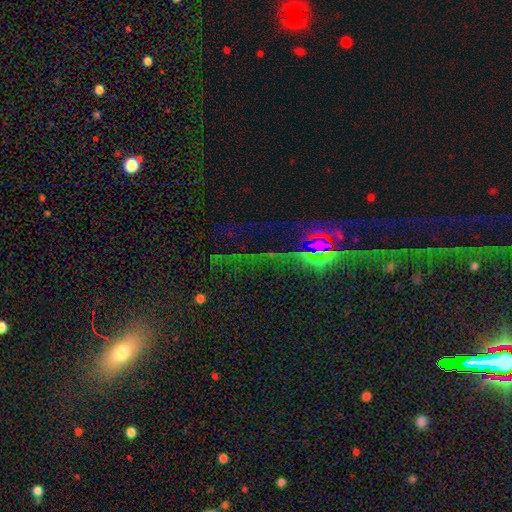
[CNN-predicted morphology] The model was most divided on "smooth or featured": star or artifact: 77%, featured or disk: 12%, smooth: 11%.